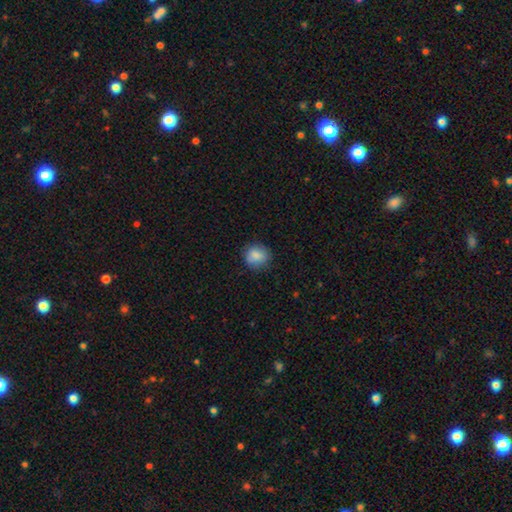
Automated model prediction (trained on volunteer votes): smooth 85%, star or artifact 8%, featured or disk 7%. Down the decision tree: how rounded — round (84%); merging — none (80%).